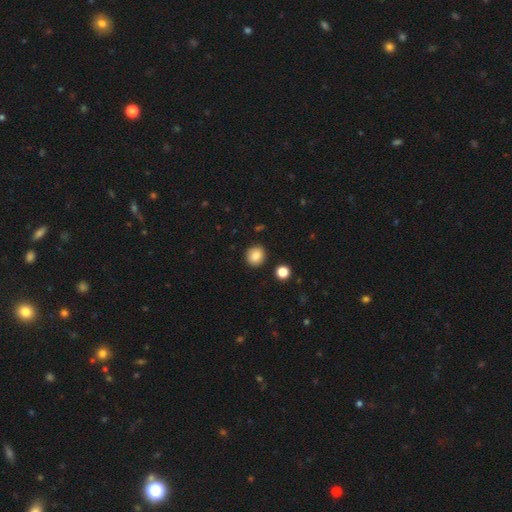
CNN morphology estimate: Overall: smooth (85%). How rounded: round (87%). Merging: none (90%).